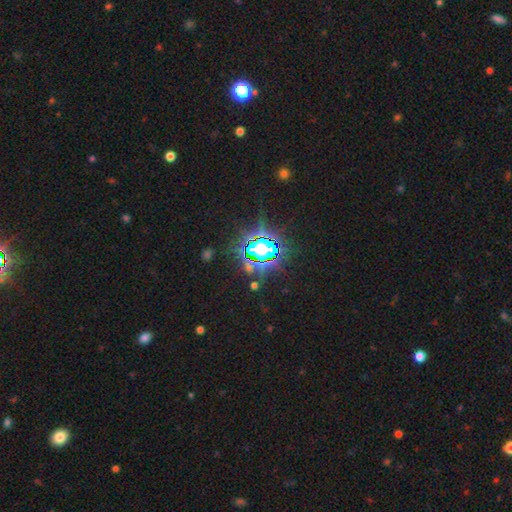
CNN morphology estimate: This is clearly a star or artifact rather than a galaxy (81%).